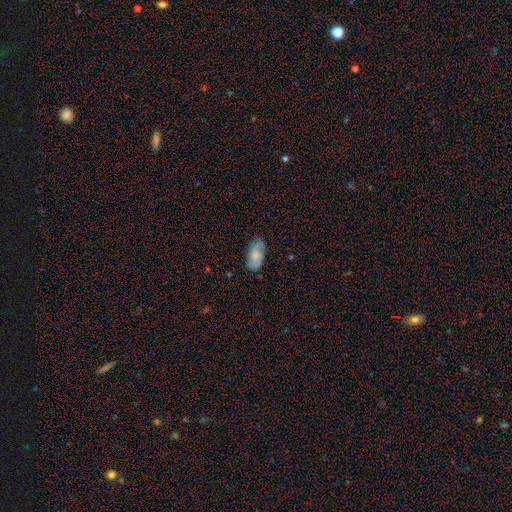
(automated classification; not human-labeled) Smooth or featured?
  - smooth: 57% *
  - featured or disk: 36%
  - star or artifact: 8%
How rounded?
  - in between: 91% *
  - cigar-shaped: 5%
  - round: 3%
Merging?
  - none: 74% *
  - minor disturbance: 20%
  - major disturbance: 5%
  - merger: 1%